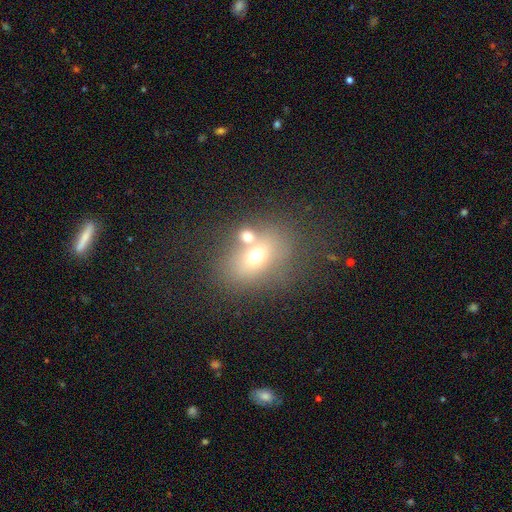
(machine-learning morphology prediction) Smooth or featured?
  - smooth: 62% *
  - featured or disk: 22%
  - star or artifact: 16%
How rounded?
  - in between: 61% *
  - round: 37%
  - cigar-shaped: 2%
Merging?
  - none: 46% *
  - merger: 35%
  - minor disturbance: 12%
  - major disturbance: 7%